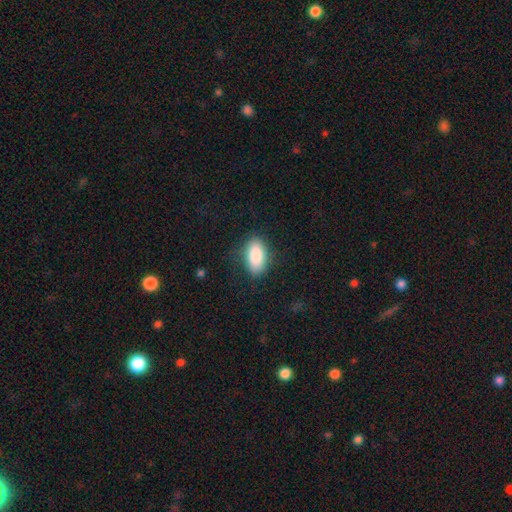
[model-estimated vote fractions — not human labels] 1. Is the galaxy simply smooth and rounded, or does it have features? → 87% smooth, 7% star or artifact, 6% featured or disk.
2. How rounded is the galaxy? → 93% in between, 4% round, 3% cigar-shaped.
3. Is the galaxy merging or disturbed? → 80% none, 14% minor disturbance, 5% major disturbance, 1% merger.